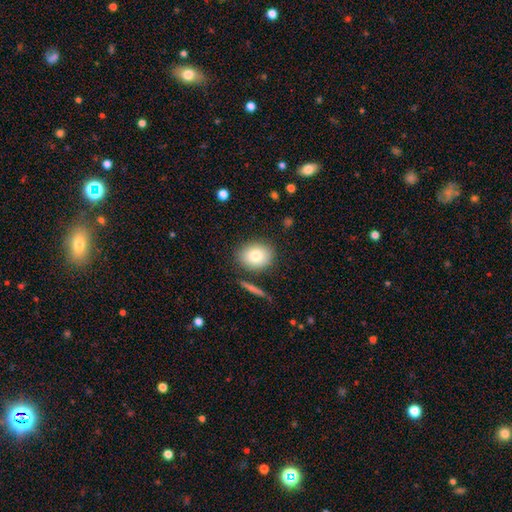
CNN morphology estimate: smooth 80%, featured or disk 12%, star or artifact 9%. Down the decision tree: how rounded — round (51%); merging — none (82%).